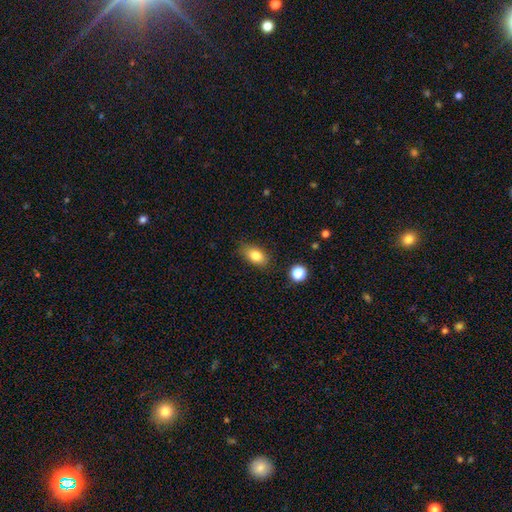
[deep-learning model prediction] This appears to be a smooth galaxy with no disk features (82%) that is in between round and cigar-shaped (86%). Merging: none (81%).